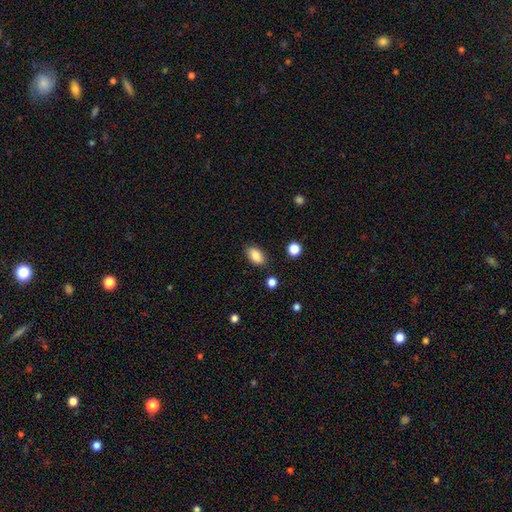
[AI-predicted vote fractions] A smooth galaxy with no disk features (87%) that is in between round and cigar-shaped (90%).

Vote fractions:
- Smooth or featured? smooth: 87% / star or artifact: 8% / featured or disk: 5%
- How rounded? in between: 90% / round: 7% / cigar-shaped: 3%
- Merging? none: 85% / minor disturbance: 10% / major disturbance: 3% / merger: 2%